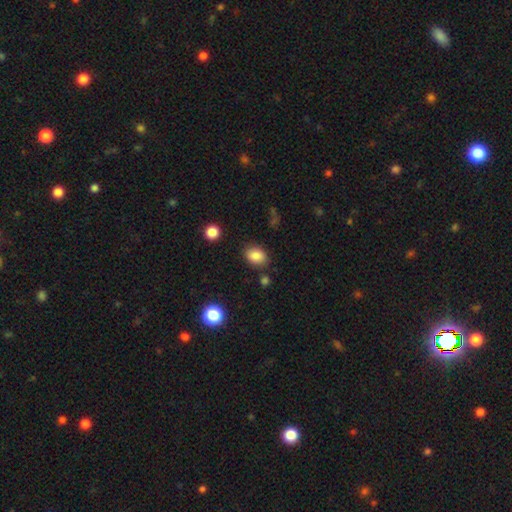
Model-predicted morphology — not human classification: A smooth galaxy with no disk features (85%) that is in between round and cigar-shaped (73%). Merging: none (82%).